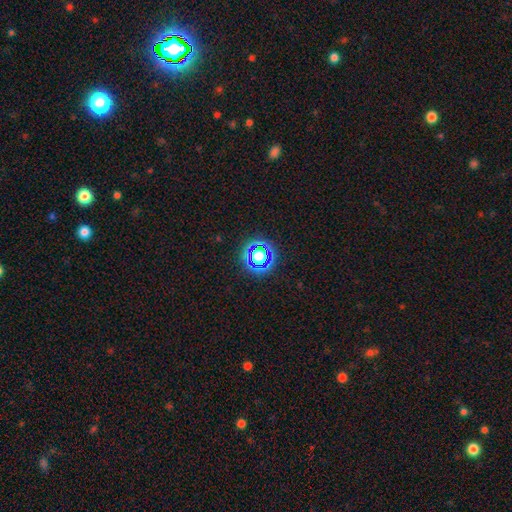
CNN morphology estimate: type=star or artifact (48%).